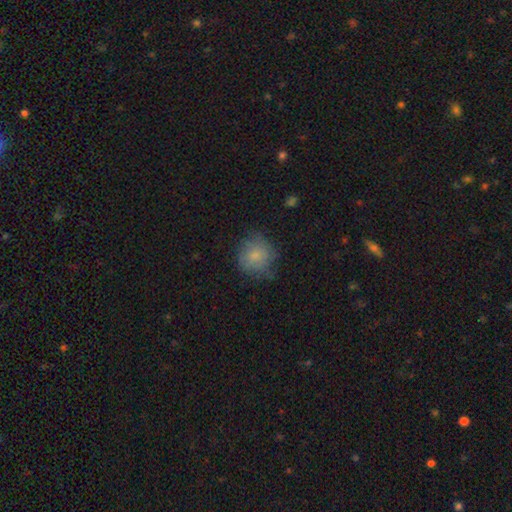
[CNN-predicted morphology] Overall: smooth (75%). How rounded: round (85%). Merging: none (61%; minor disturbance 28%).